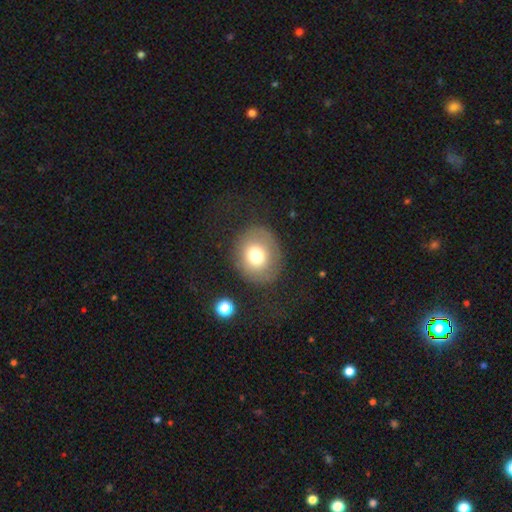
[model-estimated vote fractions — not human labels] Overall: smooth (72%). How rounded: round (73%). Merging: none (78%).